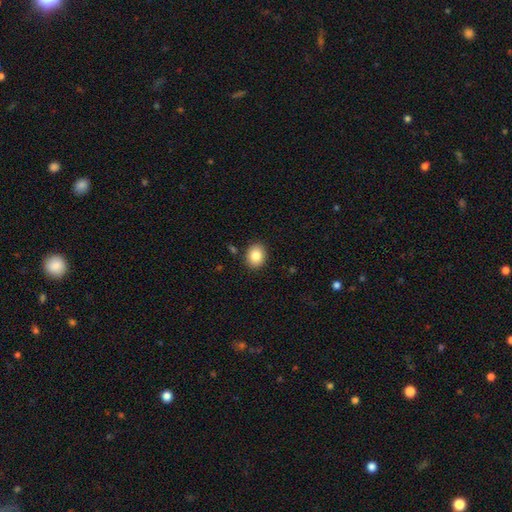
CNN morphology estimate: This appears to be a smooth galaxy with no disk features (84%) that is round (58%). Merging: none (89%).